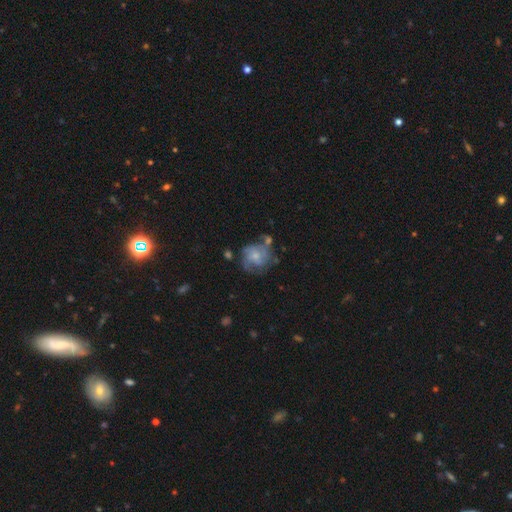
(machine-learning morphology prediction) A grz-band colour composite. It shows a featured or disk galaxy (67%) with no bar (74%), tight (43%) spiral arms (81%) and a small central bulge (53%). Merging: none (49%).